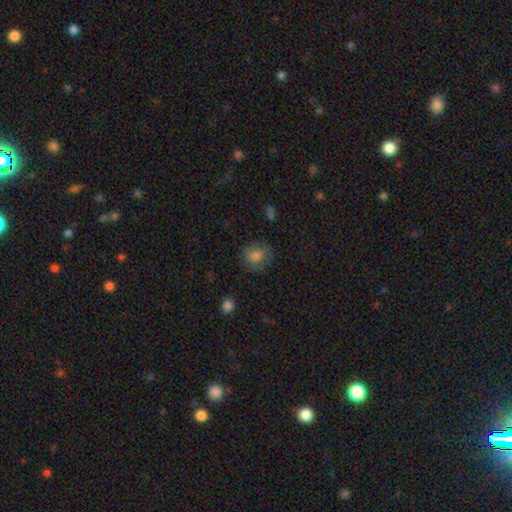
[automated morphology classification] Smooth or featured?
  - smooth: 80% *
  - star or artifact: 10%
  - featured or disk: 9%
How rounded?
  - round: 76% *
  - in between: 23%
  - cigar-shaped: 1%
Merging?
  - none: 74% *
  - minor disturbance: 18%
  - major disturbance: 6%
  - merger: 2%